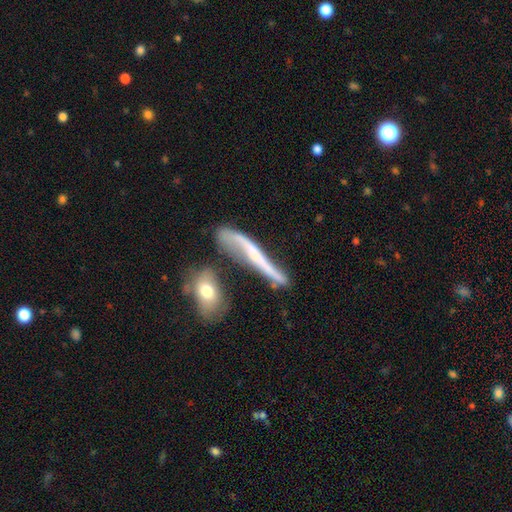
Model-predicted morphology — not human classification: A featured or disk galaxy (70%) viewed edge-on (54%). Merging: none (45%).